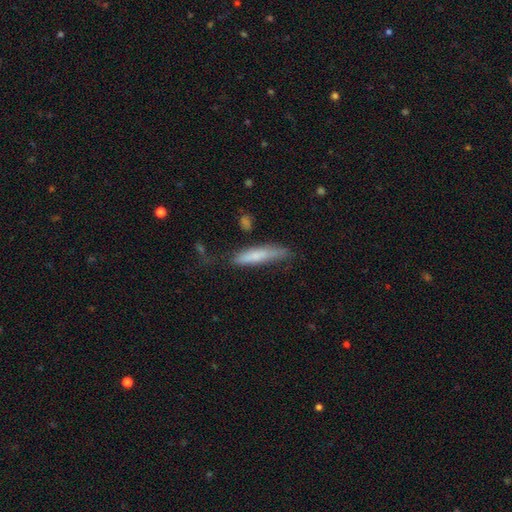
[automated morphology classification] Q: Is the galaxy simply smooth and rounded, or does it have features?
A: smooth — 72%.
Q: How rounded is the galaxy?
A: cigar-shaped — 85%.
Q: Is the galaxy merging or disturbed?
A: none — 60%.